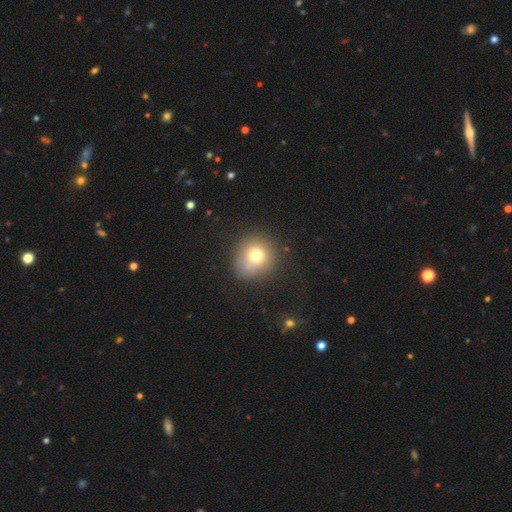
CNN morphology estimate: smooth_or_featured: smooth (p=0.72) [alt: featured or disk p=0.14]
how_rounded: round (p=0.85) [alt: in between p=0.14]
merging: none (p=0.75) [alt: minor disturbance p=0.15]